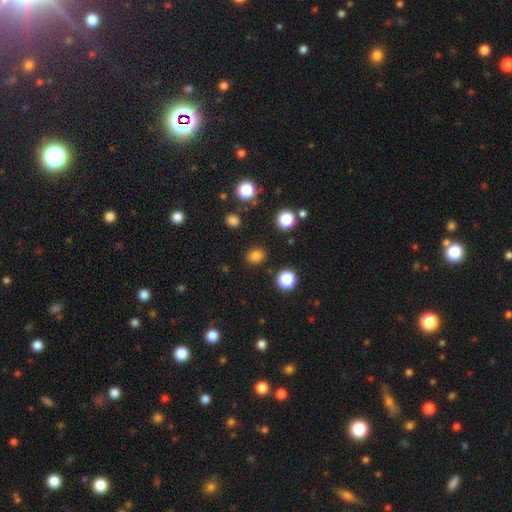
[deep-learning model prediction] Morphology: type=smooth (80%); roundness=round (60%); merging=none (87%).